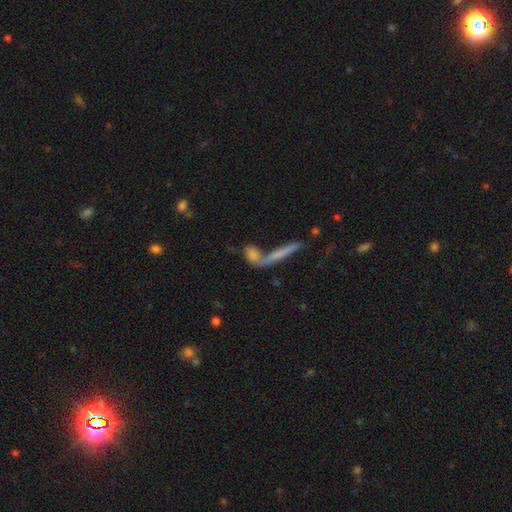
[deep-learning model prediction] Smooth or featured: smooth — 59% (featured or disk — 28%)
How rounded: cigar-shaped — 58% (in between — 30%)
Merging: merger — 45% (none — 39%)